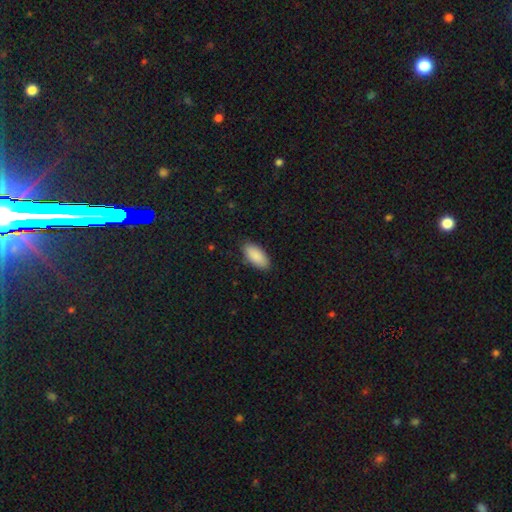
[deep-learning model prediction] This is clearly a smooth galaxy (90%). How rounded: clearly in between (89%). Merging: clearly none (86%).